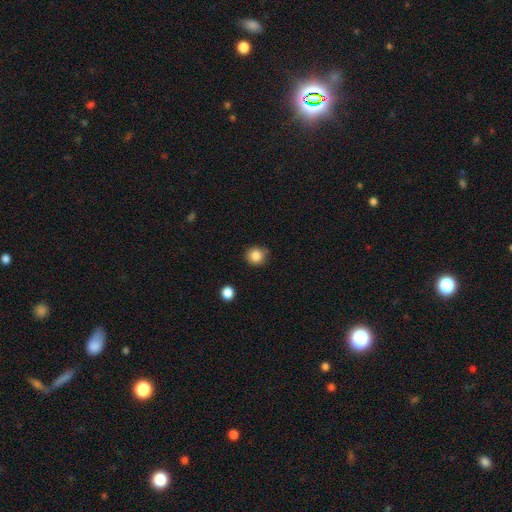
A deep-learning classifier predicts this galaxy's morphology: This is clearly a smooth galaxy (84%). How rounded: clearly round (90%). Merging: clearly none (83%).